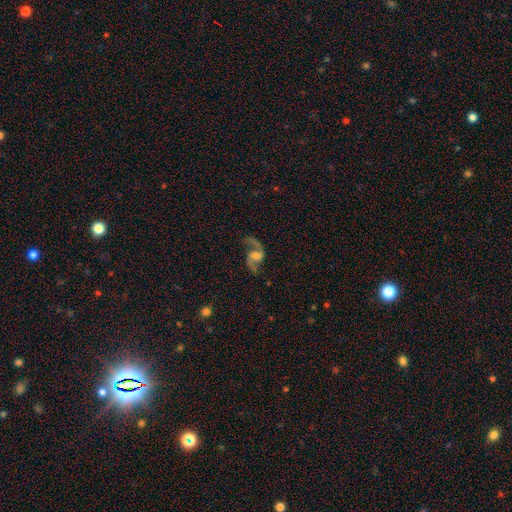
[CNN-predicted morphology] Smooth or featured?
  - featured or disk: 85% *
  - smooth: 8%
  - star or artifact: 7%
Edge-on disk?
  - no: 97% *
  - yes: 3%
Bar?
  - weak: 49% *
  - no: 33%
  - strong: 18%
Spiral arms?
  - yes: 95% *
  - no: 5%
Spiral winding?
  - loose: 68% *
  - medium: 27%
  - tight: 5%
Spiral arm count?
  - 2: 91% *
  - 1: 4%
  - can't tell: 2%
  - 3: 1%
  - 4: 1%
  - more than 4: 1%
Bulge size?
  - moderate: 45% *
  - small: 31%
  - none: 12%
  - large: 10%
  - dominant: 2%
Merging?
  - none: 69% *
  - minor disturbance: 14%
  - major disturbance: 14%
  - merger: 2%